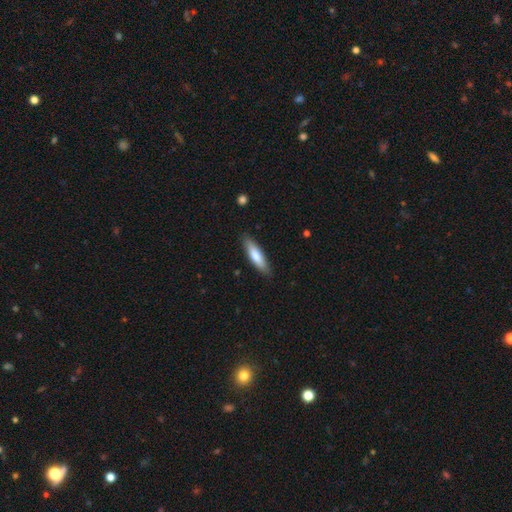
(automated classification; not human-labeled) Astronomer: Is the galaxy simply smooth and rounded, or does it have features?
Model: smooth — 70%.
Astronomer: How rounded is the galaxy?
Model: cigar-shaped — 67%.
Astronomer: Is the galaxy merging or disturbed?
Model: none — 87%.